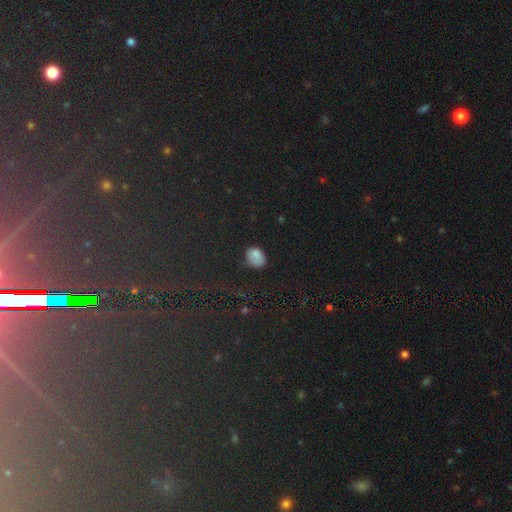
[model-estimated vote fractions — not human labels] A smooth galaxy with no disk features (77%) that is in between round and cigar-shaped (75%). Merging: none (64%).